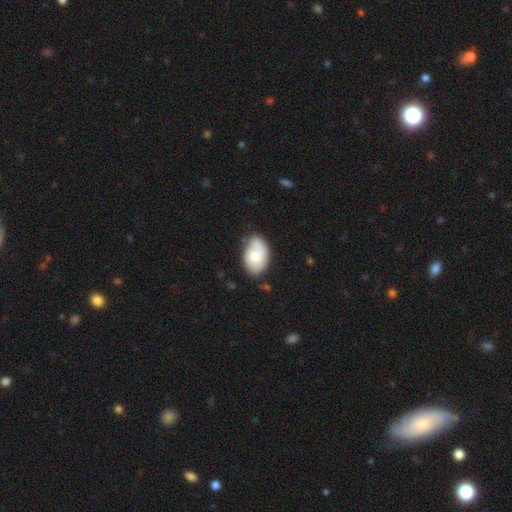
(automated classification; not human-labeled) A smooth galaxy with no disk features (65%) that is in between round and cigar-shaped (91%). Merging: none (58%).